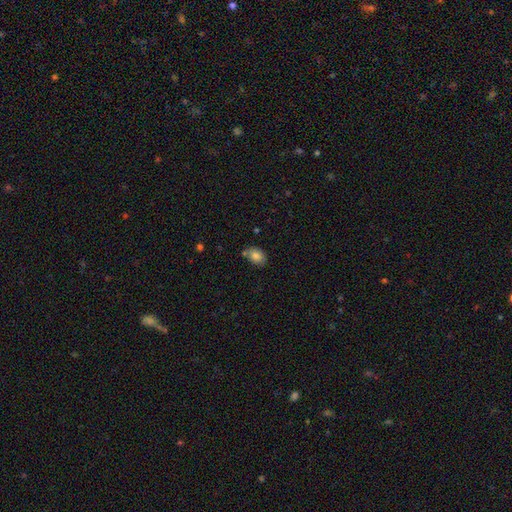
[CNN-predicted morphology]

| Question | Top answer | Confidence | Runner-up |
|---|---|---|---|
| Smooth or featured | smooth | 81% | featured or disk (10%) |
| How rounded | in between | 79% | round (19%) |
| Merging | none | 70% | minor disturbance (17%) |